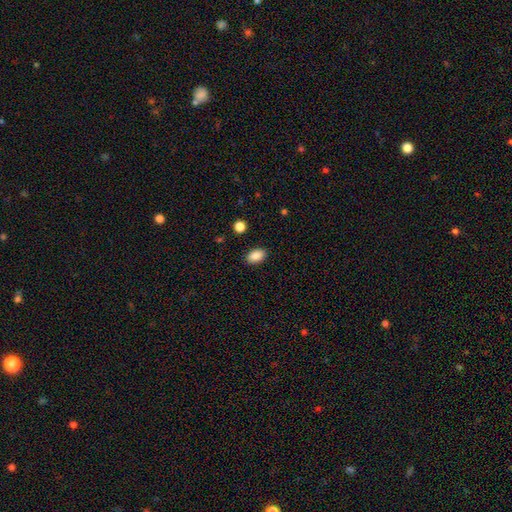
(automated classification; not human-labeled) This appears to be a smooth galaxy with no disk features (88%) that is in between round and cigar-shaped (89%). Merging: none (89%).